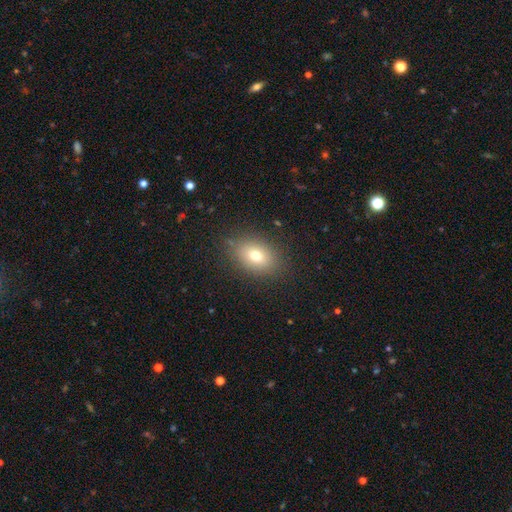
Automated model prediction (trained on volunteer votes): Morphology: type=smooth (74%); roundness=in between (75%); merging=none (85%).